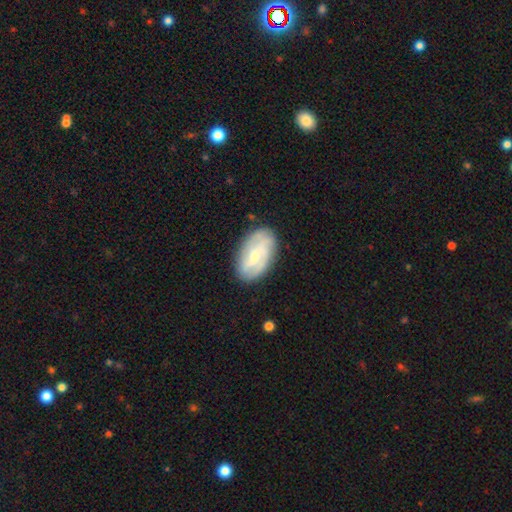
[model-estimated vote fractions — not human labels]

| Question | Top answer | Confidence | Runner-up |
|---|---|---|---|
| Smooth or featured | featured or disk | 67% | smooth (27%) |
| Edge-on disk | no | 95% | yes (5%) |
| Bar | weak | 52% | no (29%) |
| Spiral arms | yes | 86% | no (14%) |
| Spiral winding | tight | 40% | medium (39%) |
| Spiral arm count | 2 | 44% | can't tell (30%) |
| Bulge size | moderate | 45% | tied: small (45%) |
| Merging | none | 78% | minor disturbance (16%) |